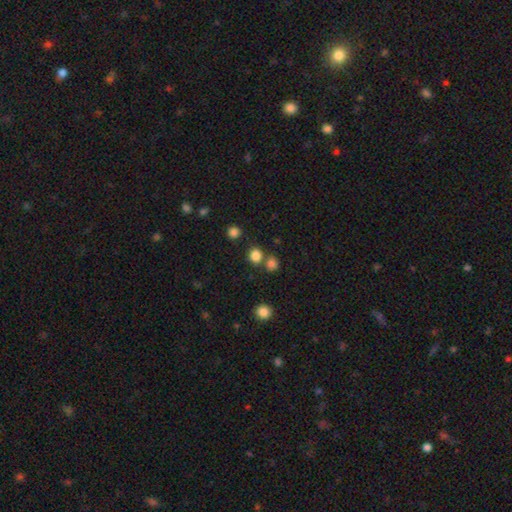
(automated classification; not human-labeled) Q: Smooth or featured?
A: smooth (81%); runner-up: star or artifact (14%)
Q: How rounded?
A: round (84%); runner-up: in between (15%)
Q: Merging?
A: none (71%); runner-up: merger (19%)